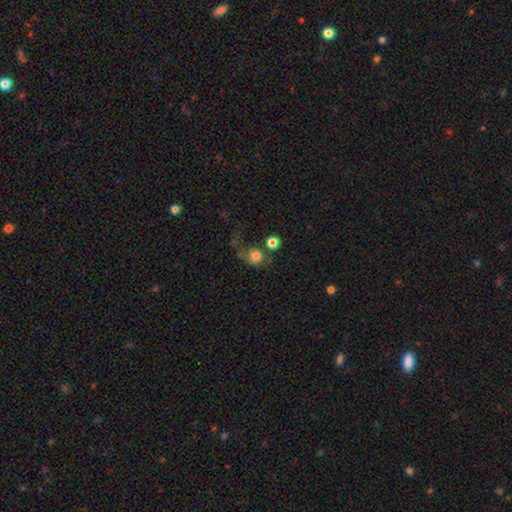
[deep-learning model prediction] Smooth or featured?
  - smooth: 73% *
  - featured or disk: 16%
  - star or artifact: 11%
How rounded?
  - round: 80% *
  - in between: 19%
  - cigar-shaped: 1%
Merging?
  - none: 35% *
  - major disturbance: 26%
  - merger: 23%
  - minor disturbance: 17%